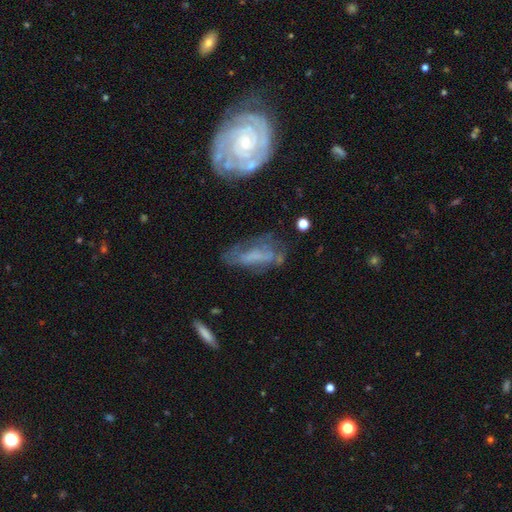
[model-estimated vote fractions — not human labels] A featured or disk galaxy (50%). Merging: none (51%).